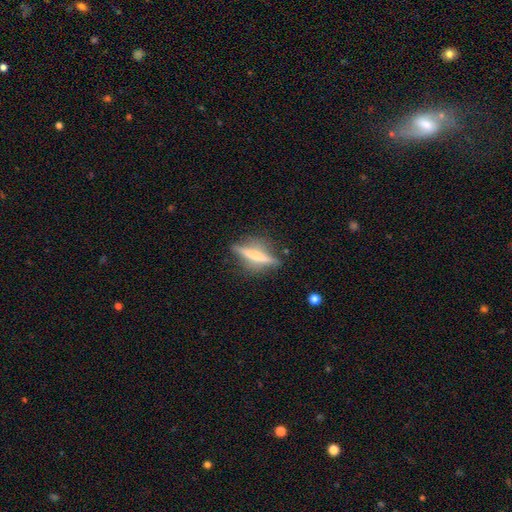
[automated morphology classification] smooth_or_featured: featured or disk (p=0.60) [alt: smooth p=0.33]
disk_edge_on: yes (p=0.91) [alt: no p=0.09]
edge_on_bulge: none (p=0.52) [alt: rounded p=0.35]
merging: none (p=0.80) [alt: minor disturbance p=0.14]